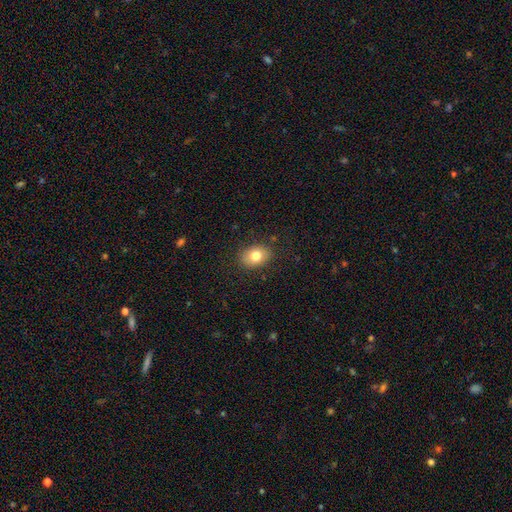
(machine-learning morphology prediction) Smooth or featured?
  - smooth: 80% *
  - featured or disk: 12%
  - star or artifact: 9%
How rounded?
  - in between: 69% *
  - round: 30%
  - cigar-shaped: 1%
Merging?
  - none: 85% *
  - minor disturbance: 11%
  - major disturbance: 3%
  - merger: 1%